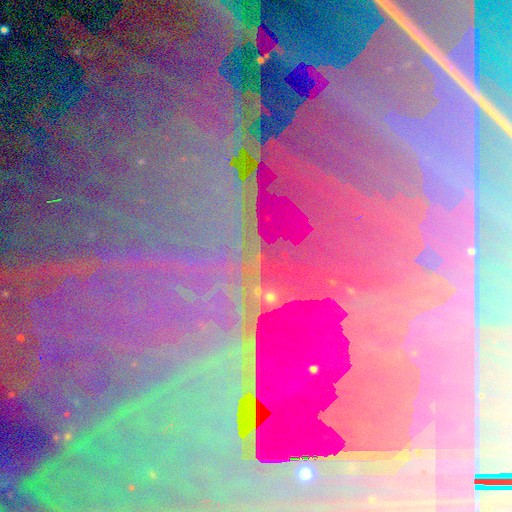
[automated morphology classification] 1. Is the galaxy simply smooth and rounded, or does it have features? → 86% star or artifact, 9% featured or disk, 6% smooth.